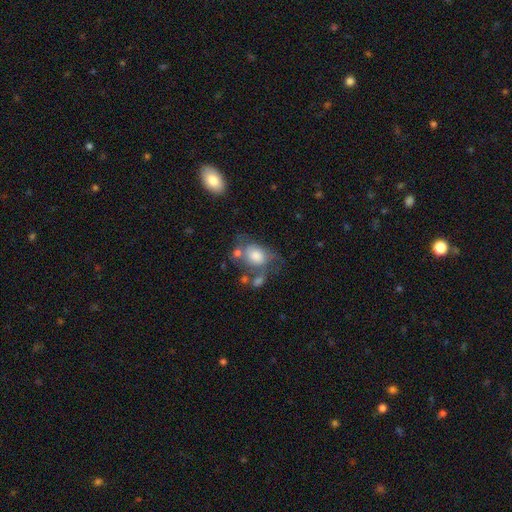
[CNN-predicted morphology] Smooth or featured? smooth (62%)
How rounded? in between (68%)
Merging? none (34%)